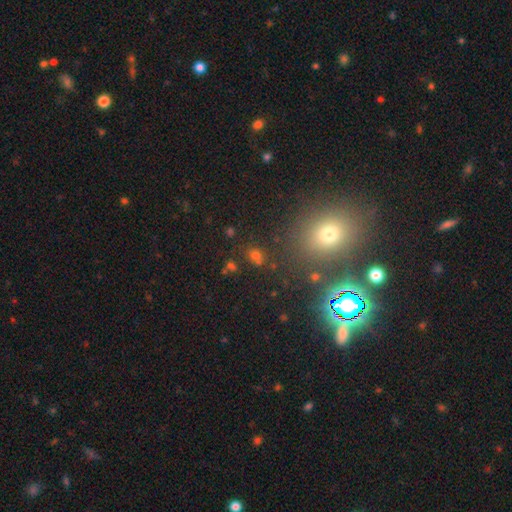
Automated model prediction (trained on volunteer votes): smooth-or-featured: smooth: 55% | star or artifact: 35% | featured or disk: 9%
  how-rounded: round: 55% | in between: 42% | cigar-shaped: 3%
  merging: none: 78% | minor disturbance: 10% | merger: 7% | major disturbance: 5%